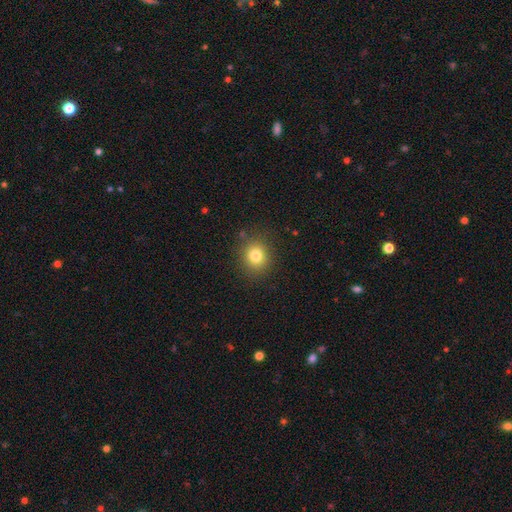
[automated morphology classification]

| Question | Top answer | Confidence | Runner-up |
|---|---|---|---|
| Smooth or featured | smooth | 79% | star or artifact (13%) |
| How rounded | round | 84% | in between (15%) |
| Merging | none | 87% | minor disturbance (9%) |